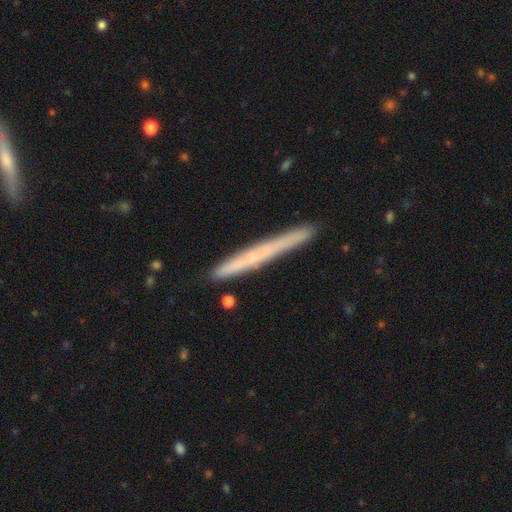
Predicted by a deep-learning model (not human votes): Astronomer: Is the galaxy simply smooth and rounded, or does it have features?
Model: smooth — 50% (runner-up: featured or disk, 43%).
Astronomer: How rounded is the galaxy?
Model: cigar-shaped — 97%.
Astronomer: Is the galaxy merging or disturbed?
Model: none — 87%.